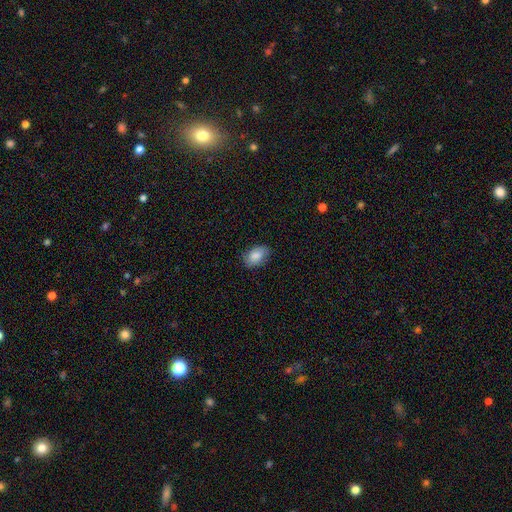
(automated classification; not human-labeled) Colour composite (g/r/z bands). It shows a smooth galaxy with no disk features (84%) that is in between round and cigar-shaped (88%). Merging: none (77%).